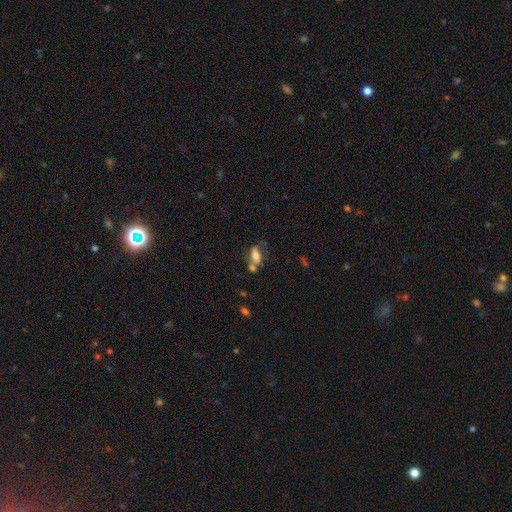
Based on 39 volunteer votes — Q: Smooth or featured?
A: smooth (74%); runner-up: featured or disk (21%)
Q: How rounded?
A: in between (90%); runner-up: cigar-shaped (10%)
Q: Merging?
A: merger (43%); runner-up: none (32%)